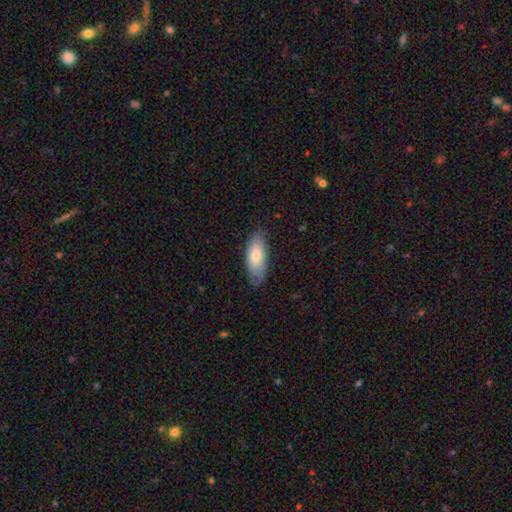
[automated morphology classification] Smooth or featured? smooth (74%)
How rounded? in between (82%)
Merging? none (79%)